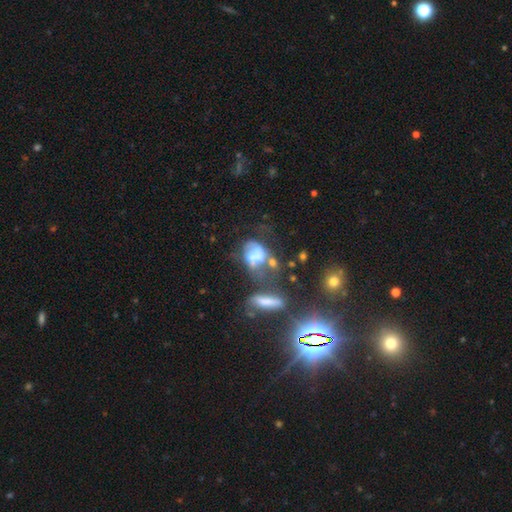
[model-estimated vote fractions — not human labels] The model was most divided on "smooth or featured": featured or disk: 45%, smooth: 42%, star or artifact: 14%. Remaining: merging — merger (43%).